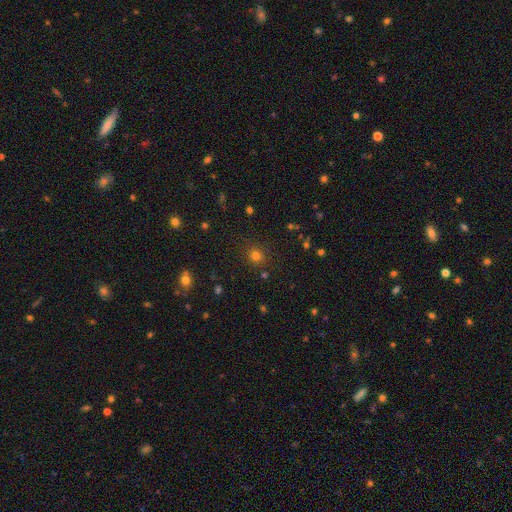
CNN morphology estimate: Smooth or featured?
  - smooth: 73% *
  - star or artifact: 21%
  - featured or disk: 5%
How rounded?
  - round: 86% *
  - in between: 13%
  - cigar-shaped: 1%
Merging?
  - none: 85% *
  - minor disturbance: 9%
  - major disturbance: 4%
  - merger: 3%